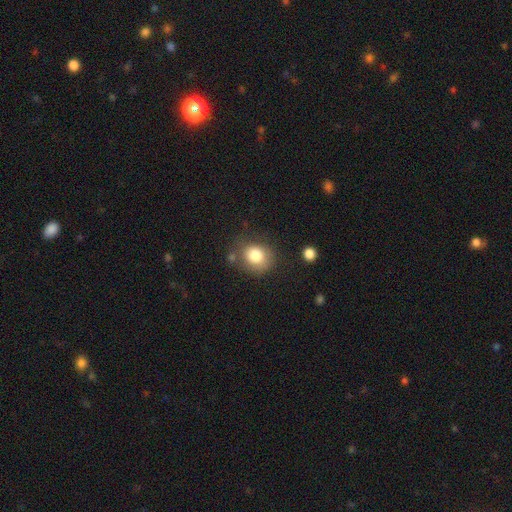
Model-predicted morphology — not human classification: This appears to be a smooth galaxy with no disk features (81%) that is round (68%). Merging: none (67%).